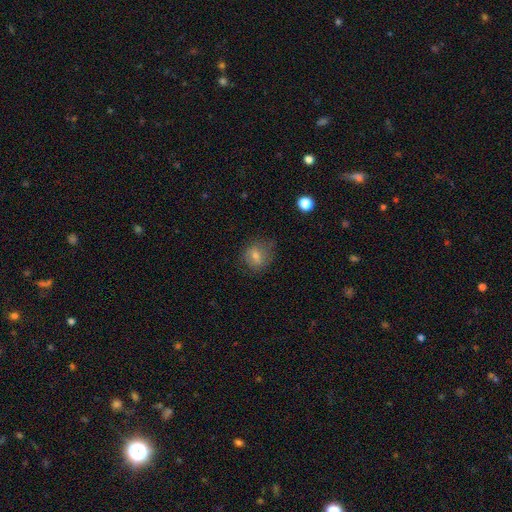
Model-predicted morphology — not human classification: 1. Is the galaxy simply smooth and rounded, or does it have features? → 64% smooth, 22% featured or disk, 14% star or artifact.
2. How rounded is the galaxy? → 68% round, 31% in between, 1% cigar-shaped.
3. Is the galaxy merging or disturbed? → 68% none, 21% minor disturbance, 9% major disturbance, 1% merger.